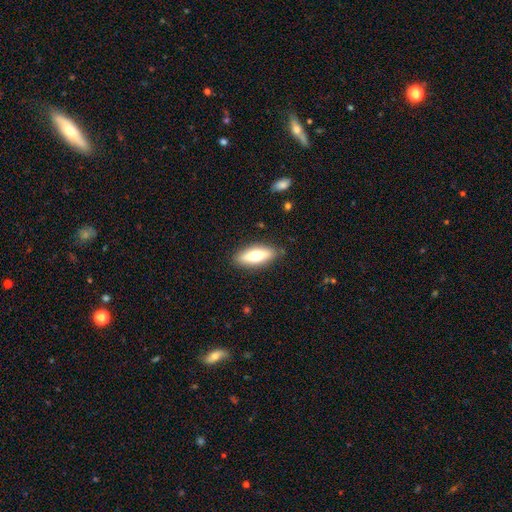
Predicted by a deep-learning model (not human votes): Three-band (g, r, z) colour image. It shows a smooth galaxy with no disk features (66%) that is in between round and cigar-shaped (61%). Merging: none (86%).